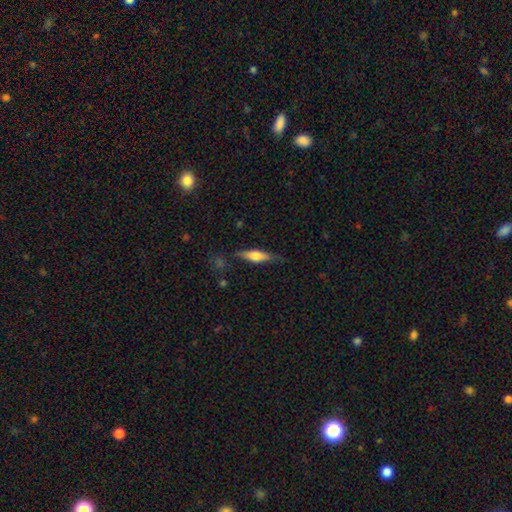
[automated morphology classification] This appears to be a smooth galaxy with no disk features (51%) that is cigar-shaped (62%). Merging: none (75%).